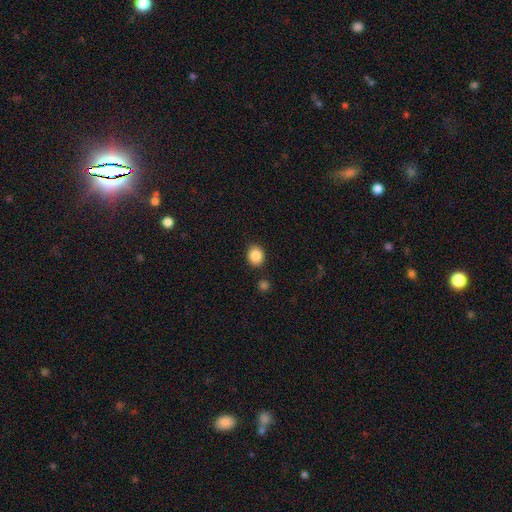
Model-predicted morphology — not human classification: Q: Smooth or featured?
A: smooth (87%); runner-up: star or artifact (9%)
Q: How rounded?
A: round (62%); runner-up: in between (37%)
Q: Merging?
A: none (87%); runner-up: minor disturbance (8%)